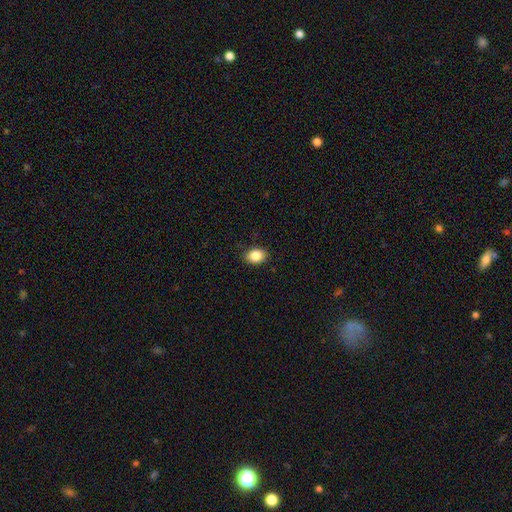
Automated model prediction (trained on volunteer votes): Smooth or featured?
  - smooth: 86% *
  - star or artifact: 9%
  - featured or disk: 5%
How rounded?
  - in between: 69% *
  - round: 30%
  - cigar-shaped: 1%
Merging?
  - none: 87% *
  - minor disturbance: 10%
  - major disturbance: 2%
  - merger: 1%